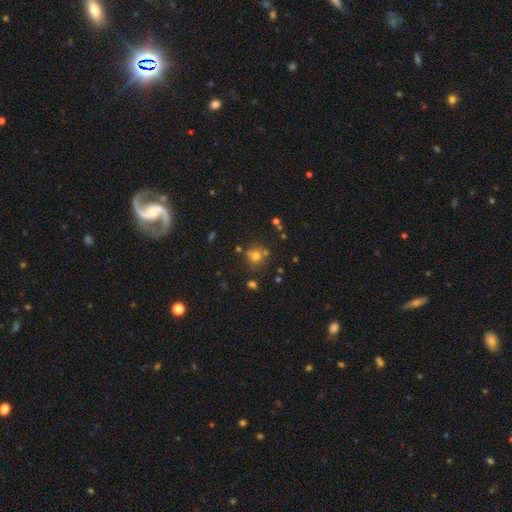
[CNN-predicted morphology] Smooth or featured? smooth (70%)
How rounded? round (87%)
Merging? none (71%)